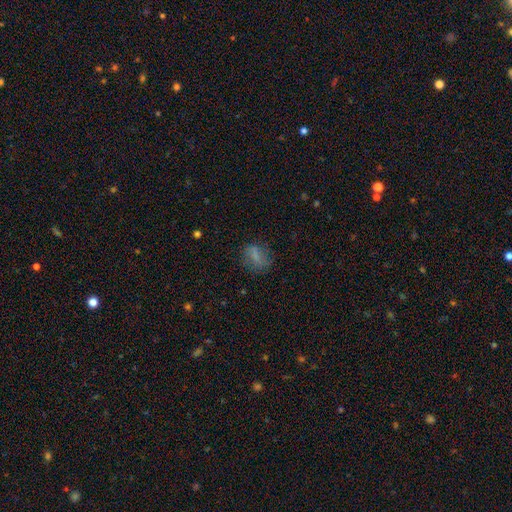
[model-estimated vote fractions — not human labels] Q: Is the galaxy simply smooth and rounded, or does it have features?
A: smooth — 63%.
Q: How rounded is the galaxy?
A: in between — 61%.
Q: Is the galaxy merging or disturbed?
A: none — 63%.